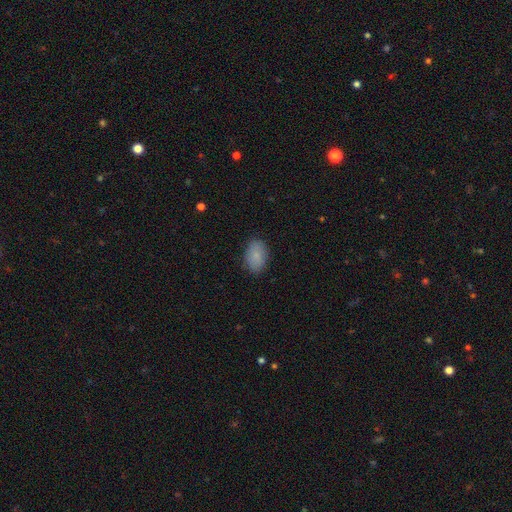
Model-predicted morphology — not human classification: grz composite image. It shows a smooth galaxy with no disk features (85%) that is in between round and cigar-shaped (87%). Merging: none (85%).